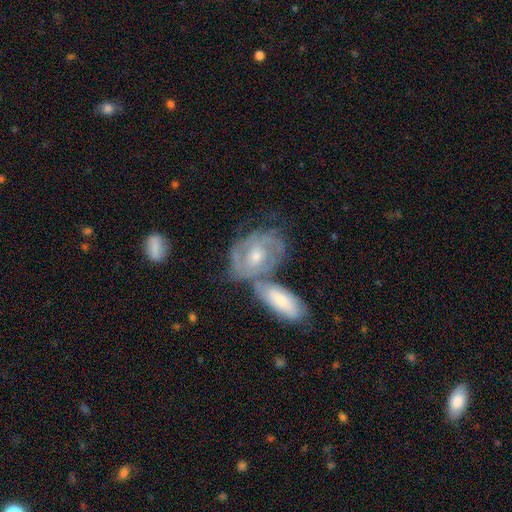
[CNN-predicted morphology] smooth-or-featured: featured or disk: 78% | smooth: 16% | star or artifact: 5%
  disk-edge-on: no: 95% | yes: 5%
    bar: no: 64% | weak: 30% | strong: 6%
    has-spiral-arms: yes: 88% | no: 12%
      spiral-winding: tight: 62% | medium: 31% | loose: 8%
      spiral-arm-count: can't tell: 42% | 2: 30% | 3: 15% | 4: 5% | 1: 4% | more than 4: 4%
    bulge-size: moderate: 52% | small: 41% | large: 4% | none: 2% | dominant: 1%
  merging: none: 40% | merger: 37% | minor disturbance: 15% | major disturbance: 8%